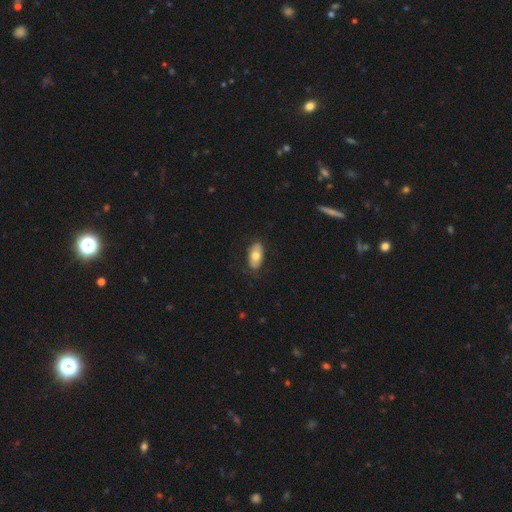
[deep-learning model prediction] Smooth or featured? Predicted: smooth (p=0.67). How rounded? Predicted: in between (p=0.92). Merging? Predicted: none (p=0.83).